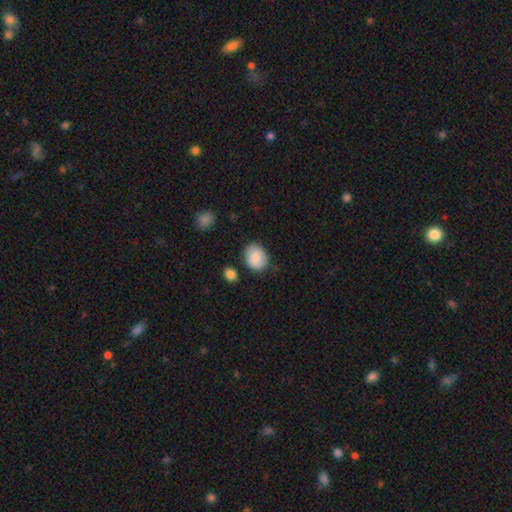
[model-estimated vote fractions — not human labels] Q: Smooth or featured?
A: smooth (86%); runner-up: featured or disk (7%)
Q: How rounded?
A: in between (58%); runner-up: round (41%)
Q: Merging?
A: none (78%); runner-up: minor disturbance (15%)